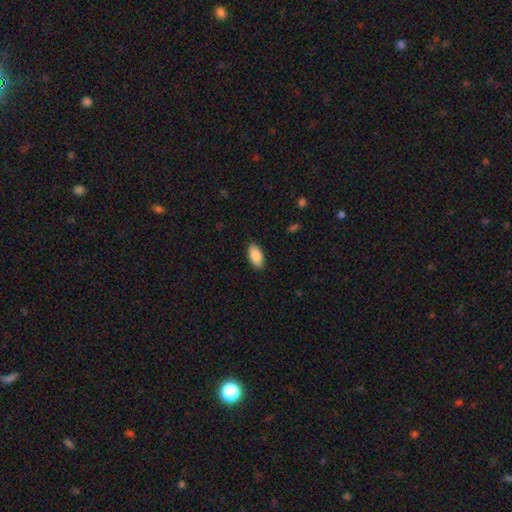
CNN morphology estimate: Smooth or featured? Predicted: smooth (p=0.89). How rounded? Predicted: in between (p=0.93). Merging? Predicted: none (p=0.87).